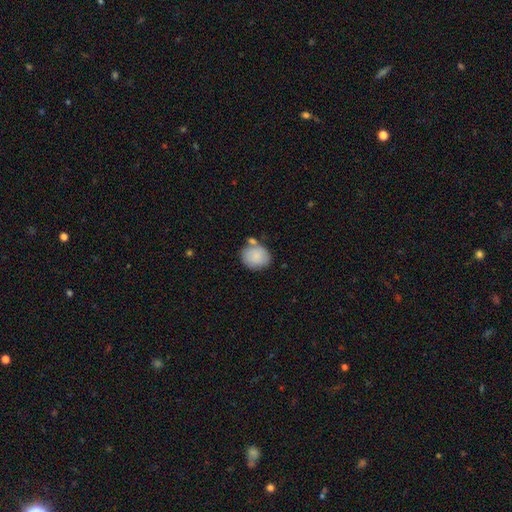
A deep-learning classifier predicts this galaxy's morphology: This is clearly a smooth galaxy (85%). How rounded: likely round (64%). Merging: possibly none (58%).